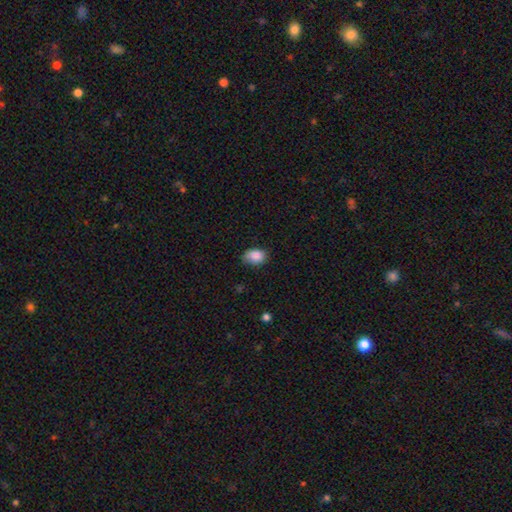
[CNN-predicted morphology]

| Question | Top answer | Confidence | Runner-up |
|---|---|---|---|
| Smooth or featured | smooth | 88% | star or artifact (8%) |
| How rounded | in between | 78% | round (21%) |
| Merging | none | 70% | minor disturbance (25%) |